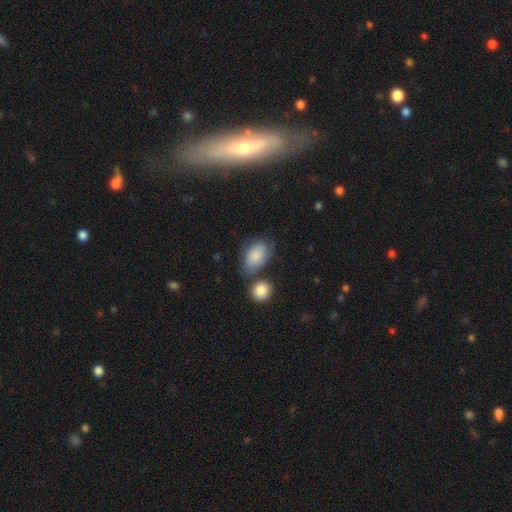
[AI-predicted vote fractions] smooth_or_featured: smooth (p=0.82) [alt: featured or disk p=0.11]
how_rounded: in between (p=0.89) [alt: round p=0.10]
merging: none (p=0.52) [alt: minor disturbance p=0.24]